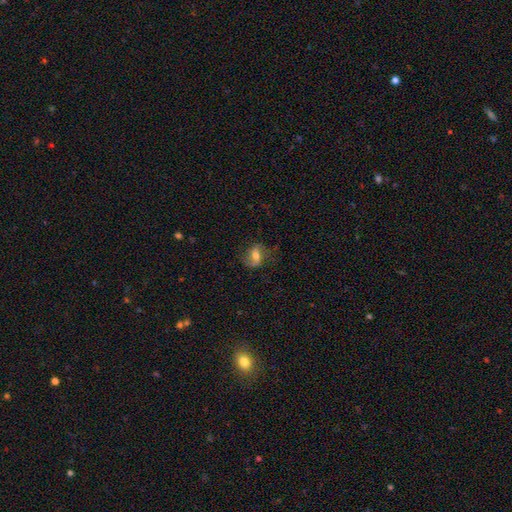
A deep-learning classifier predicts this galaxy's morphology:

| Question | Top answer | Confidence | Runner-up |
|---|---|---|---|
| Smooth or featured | featured or disk | 57% | smooth (34%) |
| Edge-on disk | no | 94% | yes (6%) |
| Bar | weak | 39% | strong (31%) |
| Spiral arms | yes | 83% | no (17%) |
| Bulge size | moderate | 64% | small (21%) |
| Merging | none | 70% | minor disturbance (19%) |